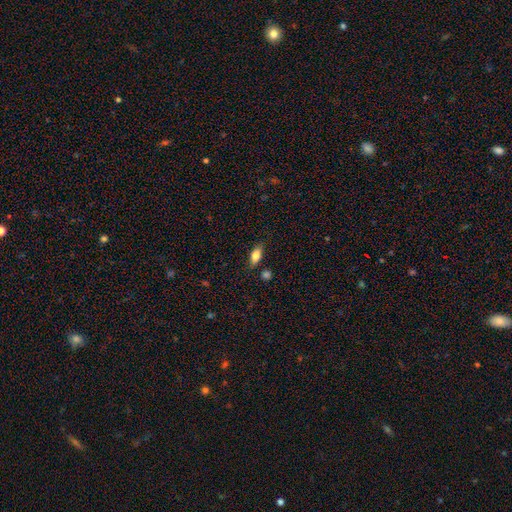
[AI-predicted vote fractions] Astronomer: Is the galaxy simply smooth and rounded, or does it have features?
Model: smooth — 75%.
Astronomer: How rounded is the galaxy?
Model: in between — 83%.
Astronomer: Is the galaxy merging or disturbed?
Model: none — 81%.